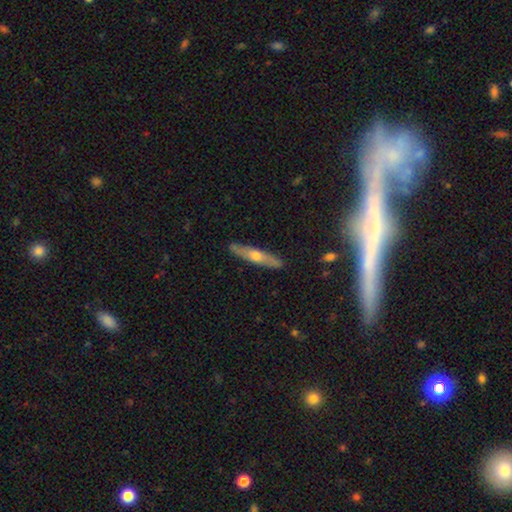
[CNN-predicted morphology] This appears to be a featured or disk galaxy (57%) viewed edge-on (86%). Merging: none (89%).